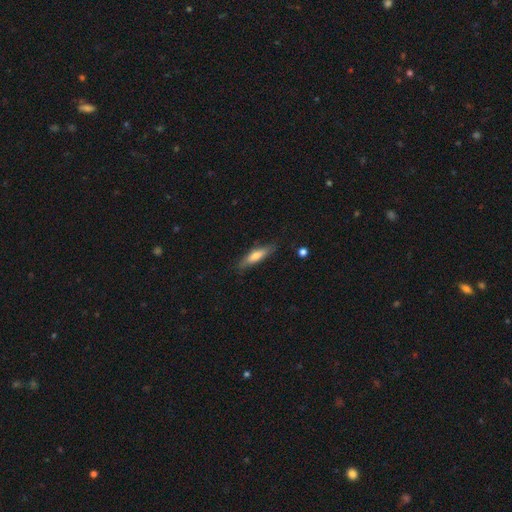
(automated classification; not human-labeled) smooth_or_featured: smooth (p=0.63) [alt: featured or disk p=0.31]
how_rounded: cigar-shaped (p=0.70) [alt: in between p=0.28]
merging: none (p=0.81) [alt: minor disturbance p=0.15]